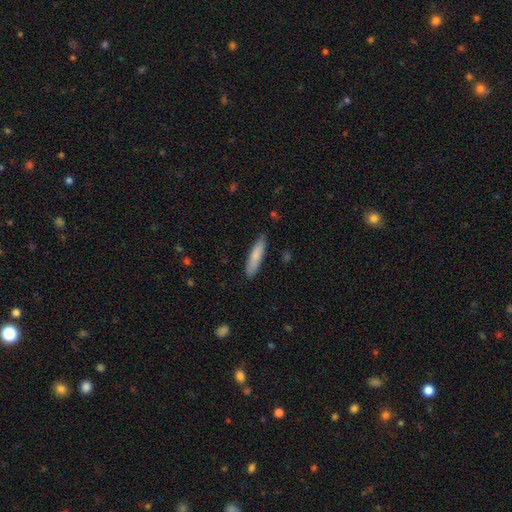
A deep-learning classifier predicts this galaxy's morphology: smooth-or-featured: smooth: 82% | featured or disk: 13% | star or artifact: 5%
  how-rounded: cigar-shaped: 80% | in between: 18% | round: 1%
  merging: none: 85% | minor disturbance: 12% | major disturbance: 2% | merger: 1%